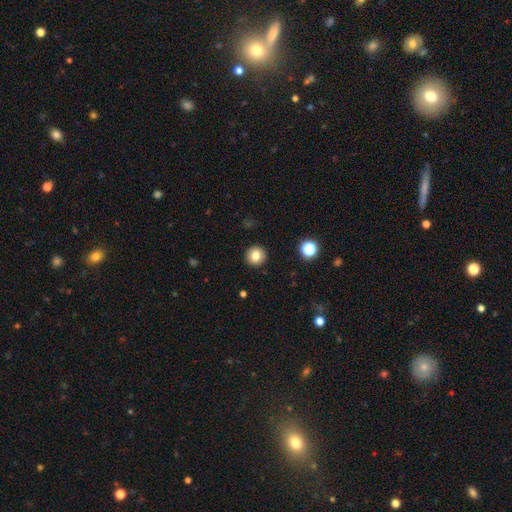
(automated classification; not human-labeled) Morphology: type=smooth (81%); roundness=round (91%); merging=none (91%).